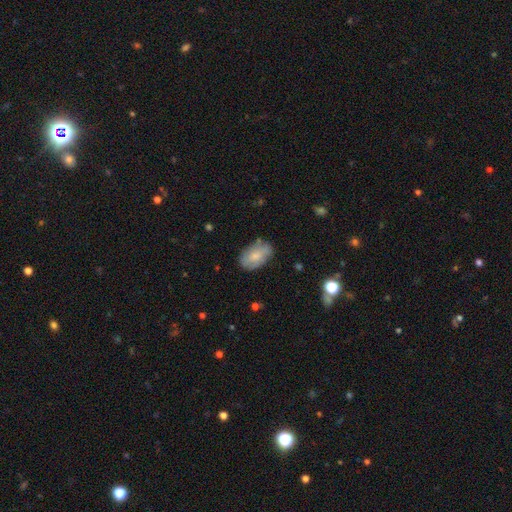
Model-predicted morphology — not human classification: smooth 68%, featured or disk 25%, star or artifact 7%. Down the decision tree: how rounded — in between (91%); merging — none (74%).